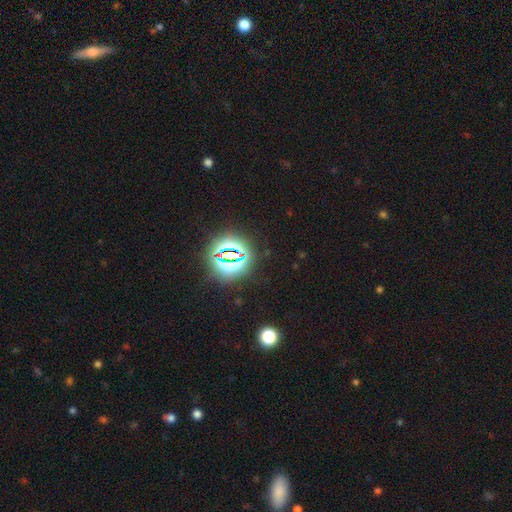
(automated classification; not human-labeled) Smooth or featured? Predicted: star or artifact (p=0.79).